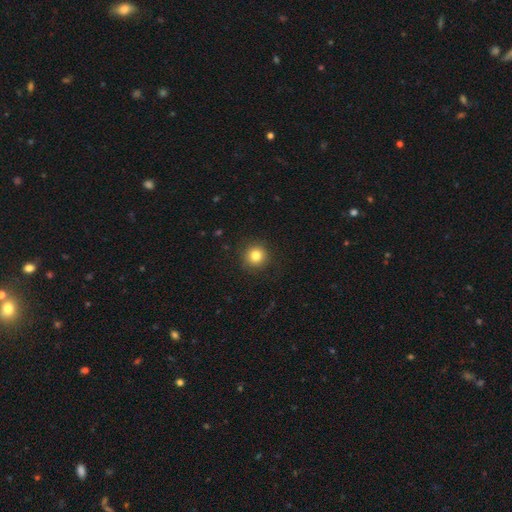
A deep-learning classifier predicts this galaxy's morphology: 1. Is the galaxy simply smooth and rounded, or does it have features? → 82% smooth, 11% star or artifact, 6% featured or disk.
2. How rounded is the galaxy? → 95% round, 4% in between, 1% cigar-shaped.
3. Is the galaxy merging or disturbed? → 91% none, 6% minor disturbance, 2% major disturbance, 1% merger.